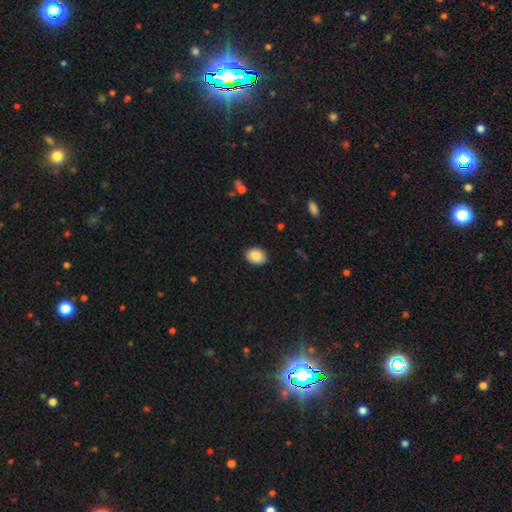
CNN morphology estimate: Smooth or featured? Predicted: smooth (p=0.88). How rounded? Predicted: in between (p=0.54). Merging? Predicted: none (p=0.90).